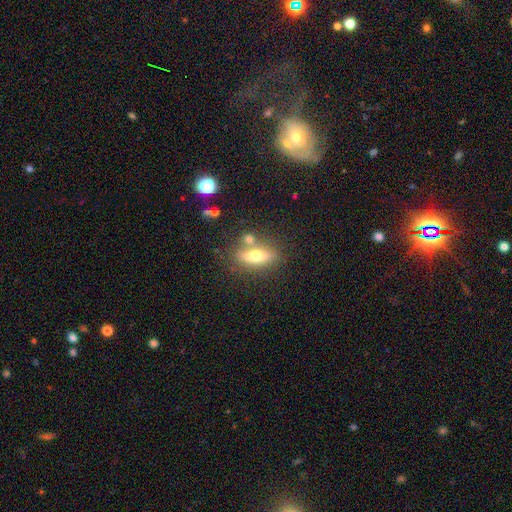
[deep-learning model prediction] This appears to be a smooth galaxy with no disk features (58%) that is in between round and cigar-shaped (60%). Merging: none (68%).